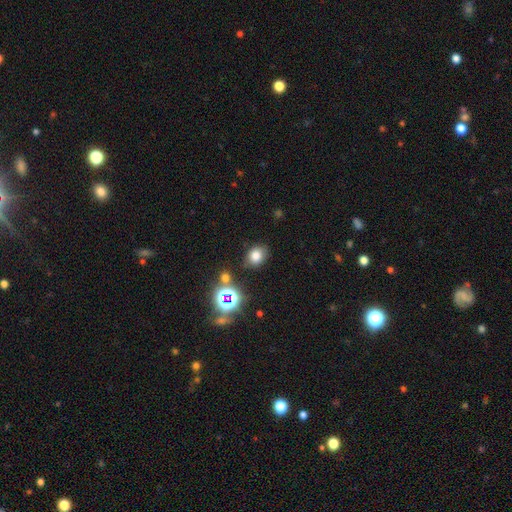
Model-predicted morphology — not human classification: Smooth or featured: smooth — 75% (star or artifact — 17%)
How rounded: in between — 51% (round — 48%)
Merging: none — 81% (minor disturbance — 12%)